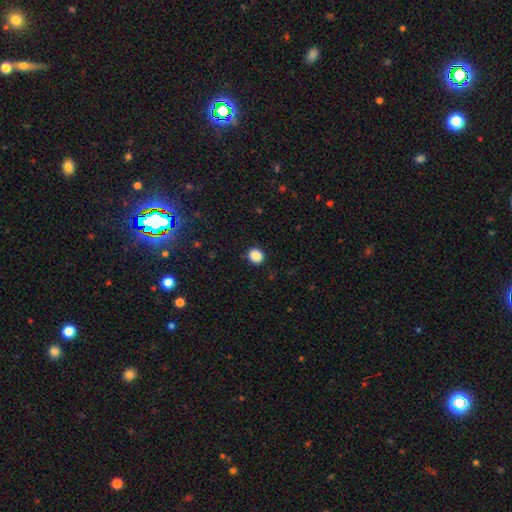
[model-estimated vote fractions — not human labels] The model was most divided on "how rounded": round: 84%, in between: 15%, cigar-shaped: 1%. More confident: merging — none (90%); smooth or featured — smooth (88%).